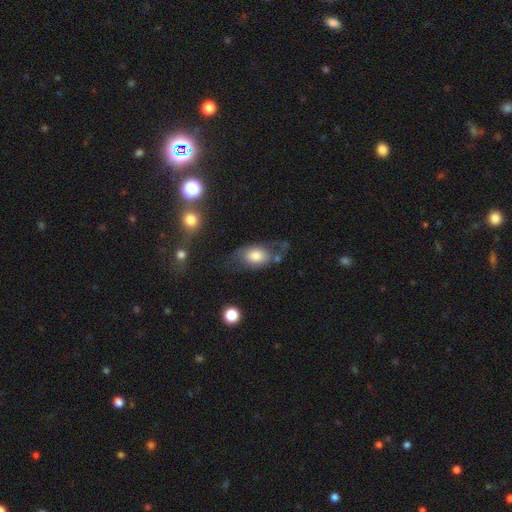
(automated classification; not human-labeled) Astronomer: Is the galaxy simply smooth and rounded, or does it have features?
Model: smooth — 67%.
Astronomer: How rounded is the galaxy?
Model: in between — 84%.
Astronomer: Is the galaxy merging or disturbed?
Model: none — 49% (runner-up: minor disturbance, 25%).